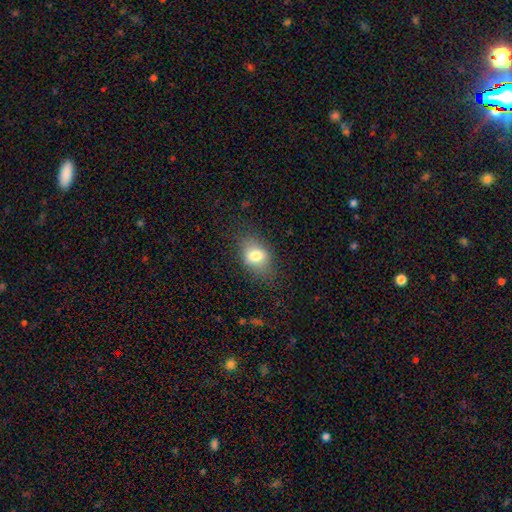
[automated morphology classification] smooth_or_featured: smooth (p=0.75) [alt: featured or disk p=0.15]
how_rounded: in between (p=0.73) [alt: round p=0.25]
merging: none (p=0.74) [alt: minor disturbance p=0.18]